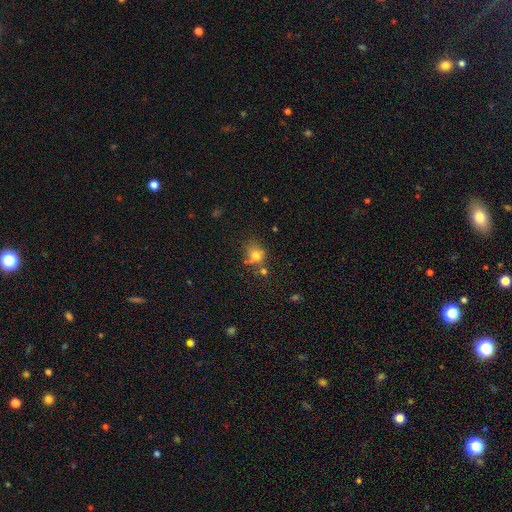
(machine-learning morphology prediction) The model was most divided on "how rounded": round: 66%, in between: 33%, cigar-shaped: 1%. More confident: smooth or featured — smooth (73%); merging — none (53%).